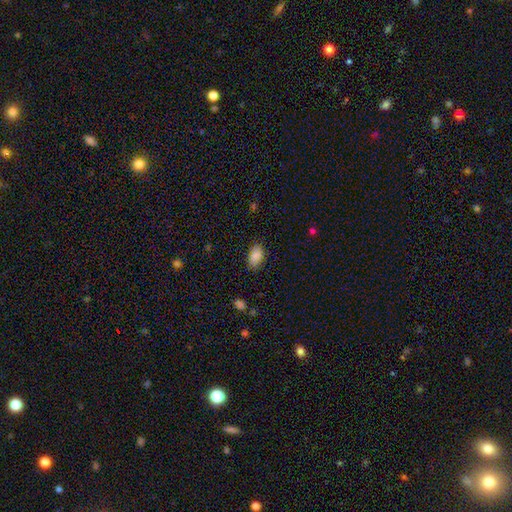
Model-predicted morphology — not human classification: smooth 87%, star or artifact 8%, featured or disk 5%. Down the decision tree: how rounded — in between (91%); merging — none (80%).